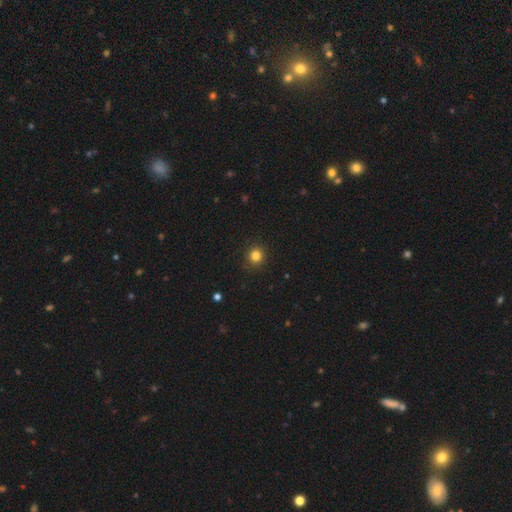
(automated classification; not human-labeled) smooth-or-featured: smooth: 83% | star or artifact: 13% | featured or disk: 4%
  how-rounded: round: 92% | in between: 7% | cigar-shaped: 1%
  merging: none: 91% | minor disturbance: 6% | major disturbance: 2% | merger: 1%